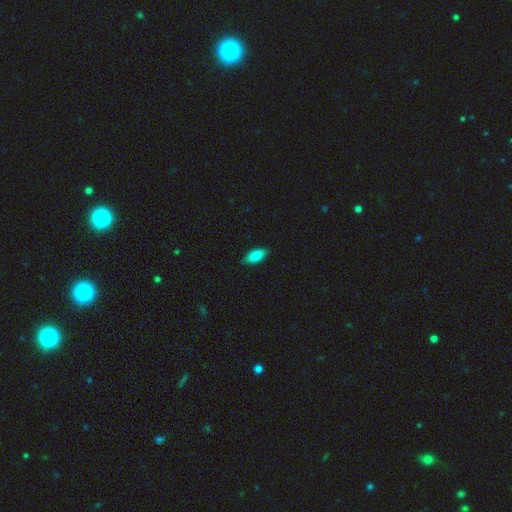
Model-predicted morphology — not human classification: Overall: smooth (81%). How rounded: in between (87%). Merging: none (85%).